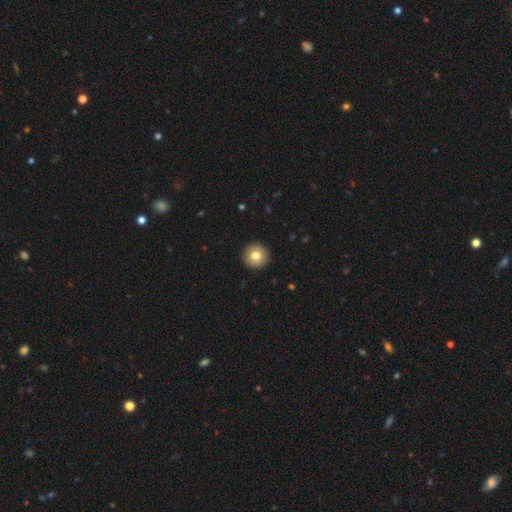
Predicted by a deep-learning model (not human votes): The model was most divided on "smooth or featured": smooth: 80%, featured or disk: 12%, star or artifact: 9%. More confident: how rounded — round (96%); merging — none (94%).